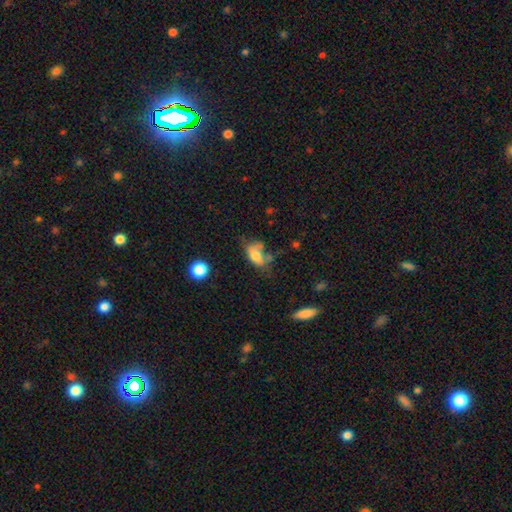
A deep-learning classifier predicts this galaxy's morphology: smooth 68%, featured or disk 21%, star or artifact 11%. Down the decision tree: how rounded — in between (82%); merging — major disturbance (30%).